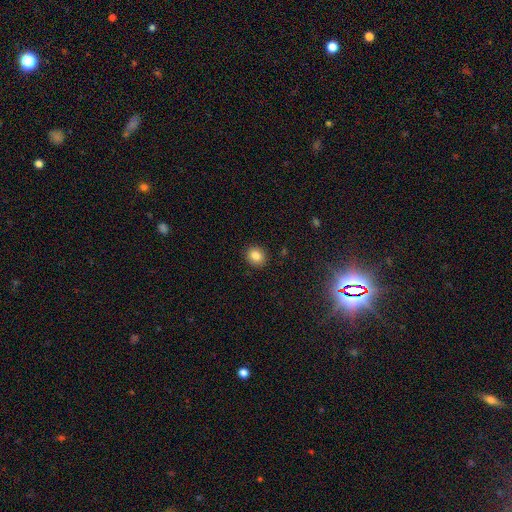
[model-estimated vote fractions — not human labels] Smooth or featured?
  - smooth: 84% *
  - star or artifact: 10%
  - featured or disk: 6%
How rounded?
  - round: 75% *
  - in between: 24%
  - cigar-shaped: 1%
Merging?
  - none: 91% *
  - minor disturbance: 6%
  - major disturbance: 2%
  - merger: 1%